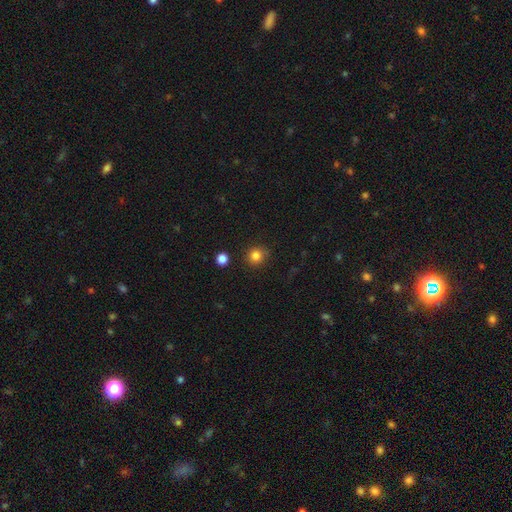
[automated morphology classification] smooth 83%, star or artifact 12%, featured or disk 4%. Down the decision tree: how rounded — round (91%); merging — none (87%).